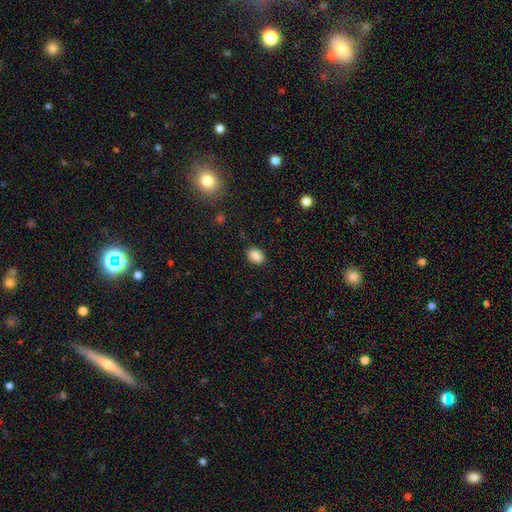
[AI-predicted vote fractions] Smooth or featured: smooth — 87% (star or artifact — 9%)
How rounded: in between — 77% (round — 22%)
Merging: none — 85% (minor disturbance — 11%)